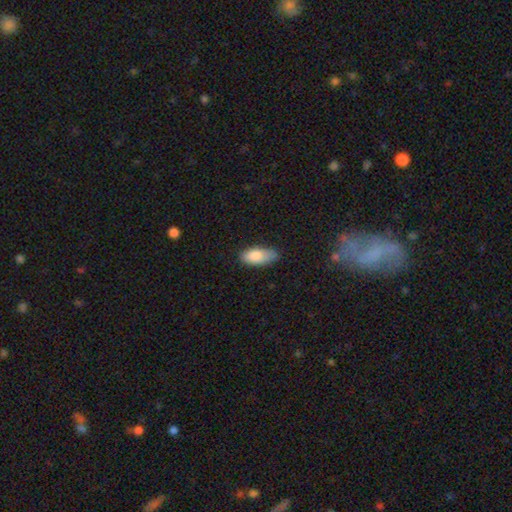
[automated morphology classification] This is clearly a smooth galaxy (83%). How rounded: clearly in between (87%). Merging: likely none (69%).